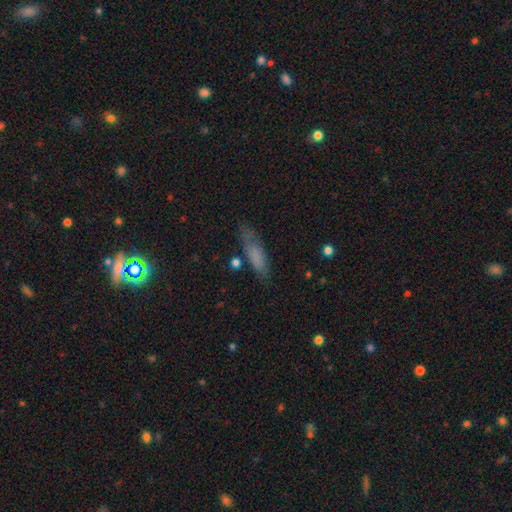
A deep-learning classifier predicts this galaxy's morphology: This appears to be a smooth galaxy with no disk features (73%) that is cigar-shaped (64%). Merging: none (73%).